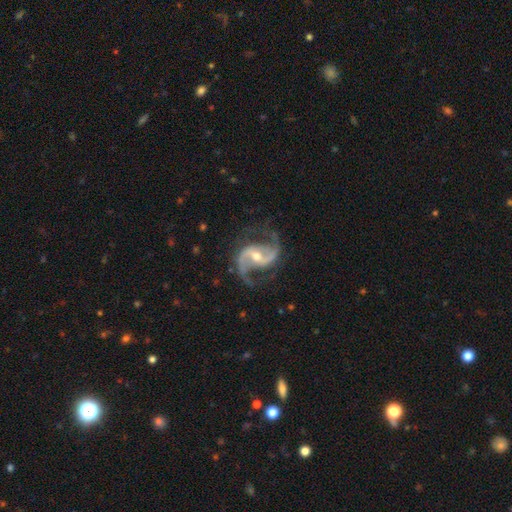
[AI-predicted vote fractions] Morphology: type=featured or disk (93%); edge-on=no (98%); bar=weak (41%); spiral arms=yes (98%); winding=medium (49%); arm count=2 (94%); bulge=moderate (59%); merging=none (77%).